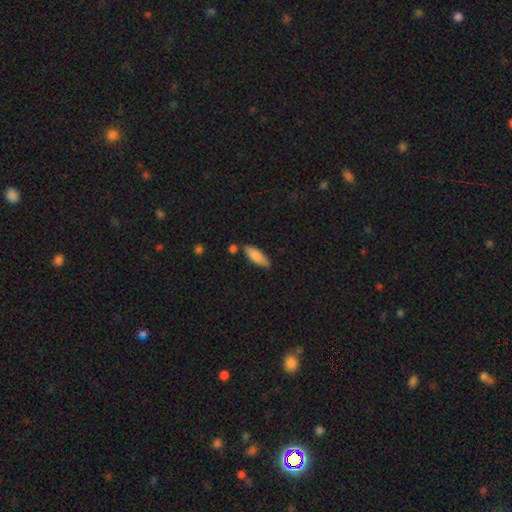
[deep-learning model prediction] Q: Smooth or featured?
A: smooth (84%); runner-up: featured or disk (10%)
Q: How rounded?
A: in between (67%); runner-up: cigar-shaped (31%)
Q: Merging?
A: none (74%); runner-up: minor disturbance (17%)